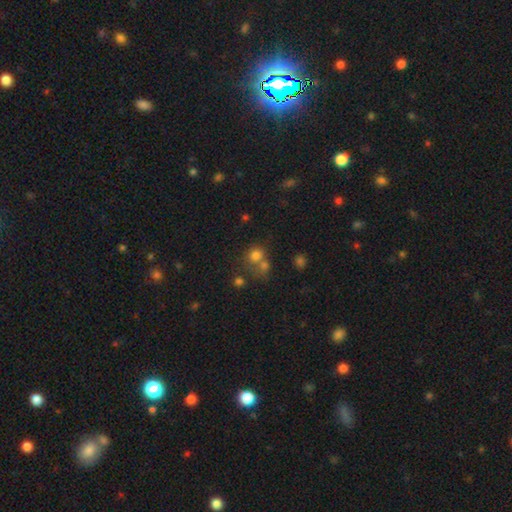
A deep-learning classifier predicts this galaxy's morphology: Smooth or featured: smooth — 73% (star or artifact — 17%)
How rounded: round — 81% (in between — 18%)
Merging: none — 47% (merger — 39%)